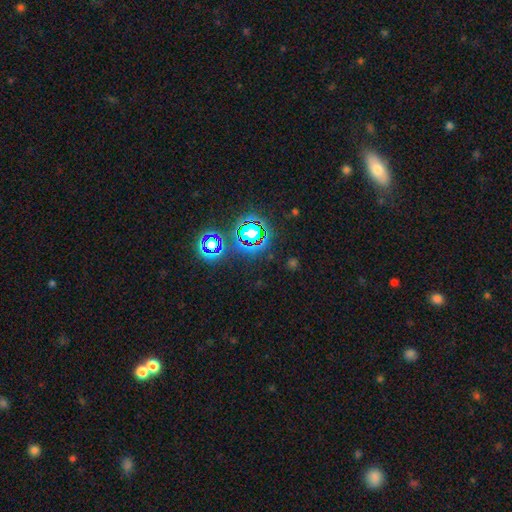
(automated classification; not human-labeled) Smooth or featured: star or artifact — 64% (smooth — 25%)